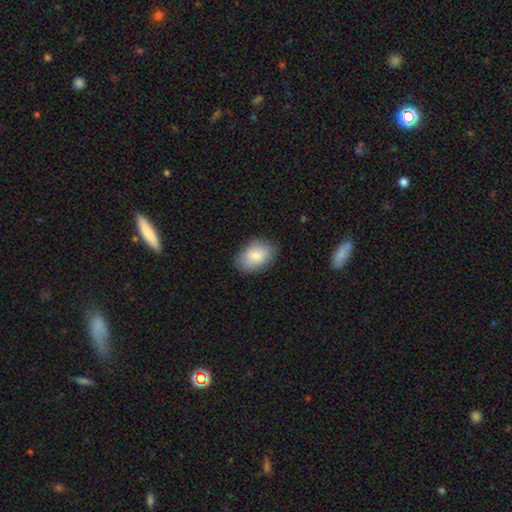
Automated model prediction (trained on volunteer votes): Smooth or featured?
  - smooth: 82% *
  - featured or disk: 11%
  - star or artifact: 7%
How rounded?
  - in between: 82% *
  - round: 17%
  - cigar-shaped: 1%
Merging?
  - none: 83% *
  - minor disturbance: 13%
  - major disturbance: 3%
  - merger: 1%